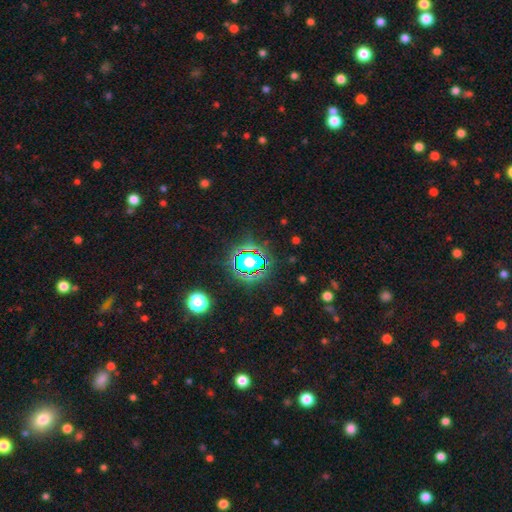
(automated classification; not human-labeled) Smooth or featured? star or artifact (78%)